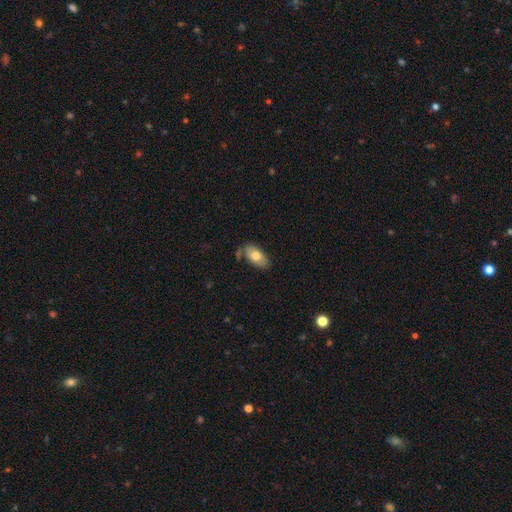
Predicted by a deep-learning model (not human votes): This appears to be a smooth galaxy with no disk features (74%) that is in between round and cigar-shaped (93%). Merging: none (74%).